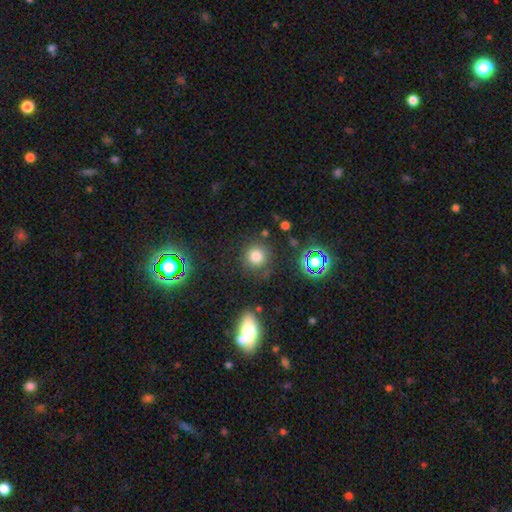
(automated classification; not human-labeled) A smooth galaxy with no disk features (74%) that is round (92%). Merging: none (81%).